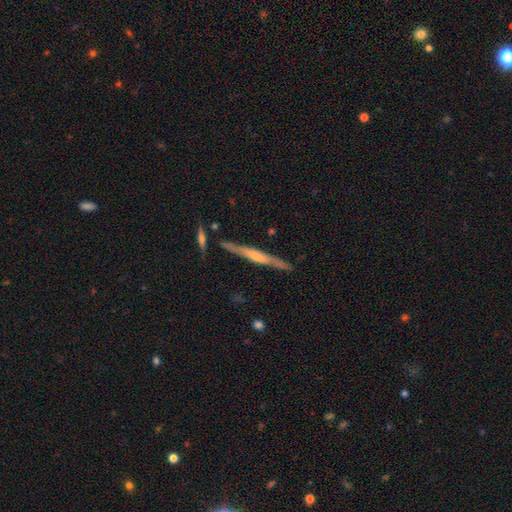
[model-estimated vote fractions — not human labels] Overall: featured or disk (77%). Edge-on disk: yes (97%). Edge-on bulge: rounded (74%). Merging: none (84%).